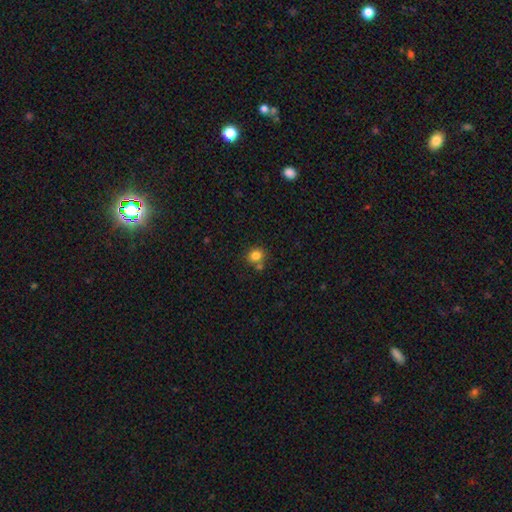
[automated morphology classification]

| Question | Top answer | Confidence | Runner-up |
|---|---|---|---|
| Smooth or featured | smooth | 82% | star or artifact (11%) |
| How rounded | round | 79% | in between (20%) |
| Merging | none | 67% | merger (19%) |